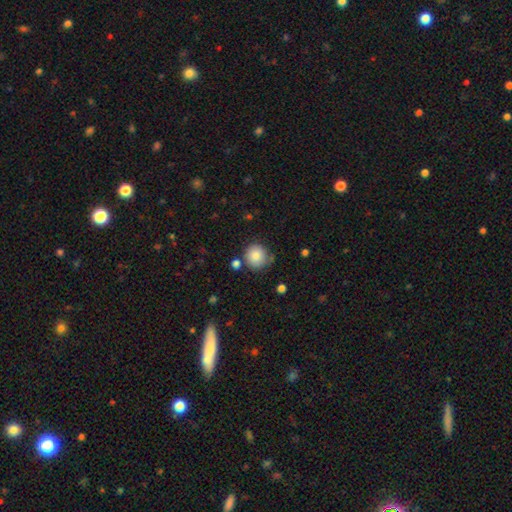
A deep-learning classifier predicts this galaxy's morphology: Smooth or featured: smooth — 85% (star or artifact — 9%)
How rounded: round — 91% (in between — 8%)
Merging: none — 74% (minor disturbance — 15%)